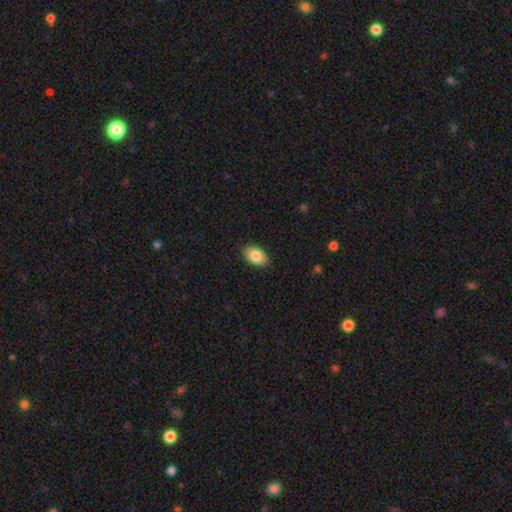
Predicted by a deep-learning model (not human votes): A smooth galaxy with no disk features (84%) that is in between round and cigar-shaped (92%).

Vote fractions:
- Smooth or featured? smooth: 84% / featured or disk: 9% / star or artifact: 7%
- How rounded? in between: 92% / round: 7% / cigar-shaped: 1%
- Merging? none: 88% / minor disturbance: 9% / major disturbance: 2% / merger: 1%